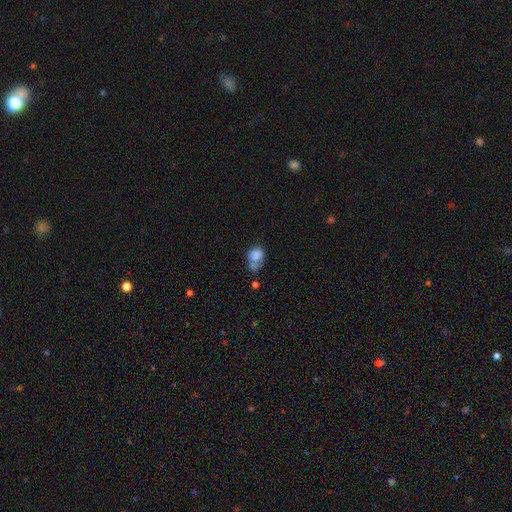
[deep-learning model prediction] Smooth or featured?
  - smooth: 79% *
  - featured or disk: 11%
  - star or artifact: 10%
How rounded?
  - in between: 55% *
  - round: 44%
  - cigar-shaped: 1%
Merging?
  - merger: 33% *
  - none: 28%
  - minor disturbance: 22%
  - major disturbance: 16%